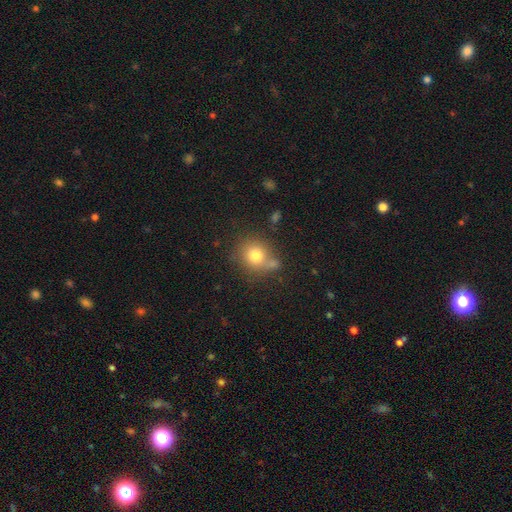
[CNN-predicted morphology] smooth 77%, star or artifact 12%, featured or disk 11%. Down the decision tree: how rounded — round (83%); merging — none (63%).